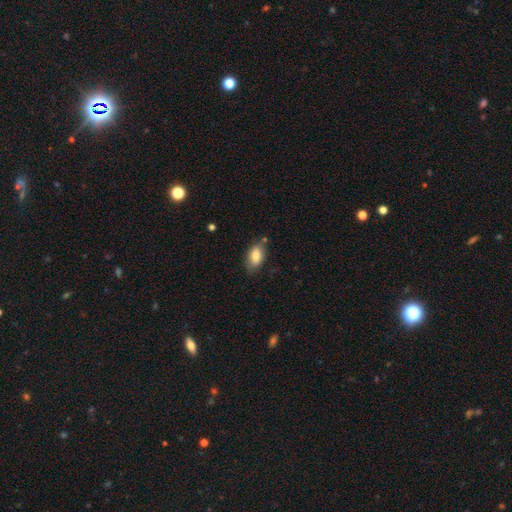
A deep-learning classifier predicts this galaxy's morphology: A smooth galaxy with no disk features (82%) that is in between round and cigar-shaped (91%).

Vote fractions:
- Smooth or featured? smooth: 82% / featured or disk: 11% / star or artifact: 7%
- How rounded? in between: 91% / round: 5% / cigar-shaped: 4%
- Merging? none: 72% / minor disturbance: 19% / merger: 5% / major disturbance: 4%